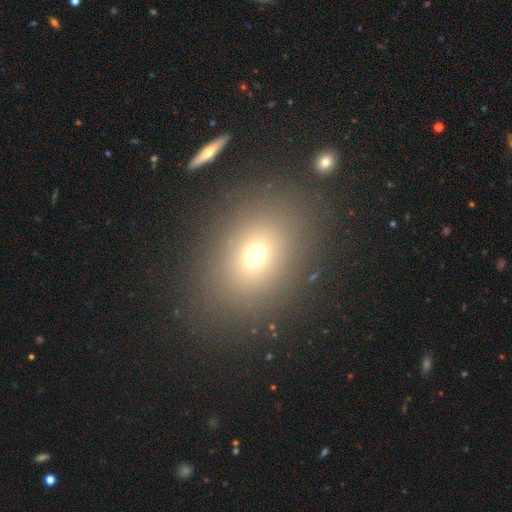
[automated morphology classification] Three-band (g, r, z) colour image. It shows a smooth galaxy with no disk features (68%) that is in between round and cigar-shaped (57%). Merging: none (85%).